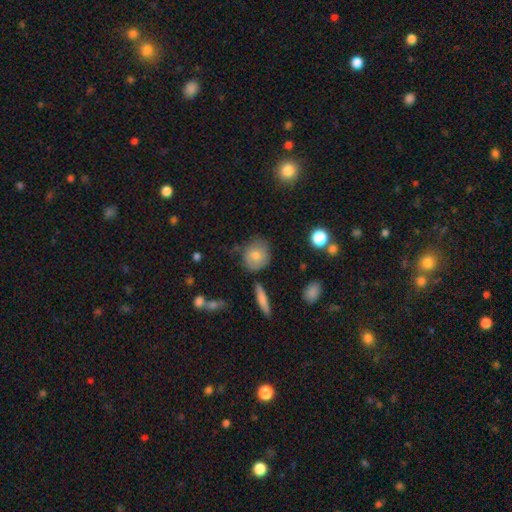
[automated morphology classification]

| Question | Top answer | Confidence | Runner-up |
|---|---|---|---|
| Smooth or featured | smooth | 72% | featured or disk (19%) |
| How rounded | round | 71% | in between (27%) |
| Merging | none | 67% | minor disturbance (22%) |